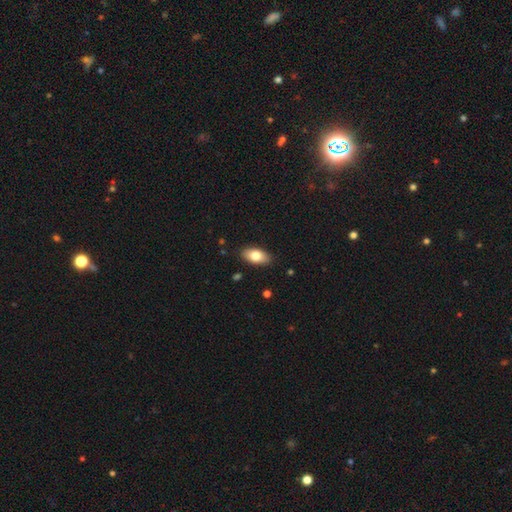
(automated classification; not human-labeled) smooth_or_featured: smooth (p=0.80) [alt: featured or disk p=0.13]
how_rounded: in between (p=0.92) [alt: cigar-shaped p=0.04]
merging: none (p=0.87) [alt: minor disturbance p=0.10]